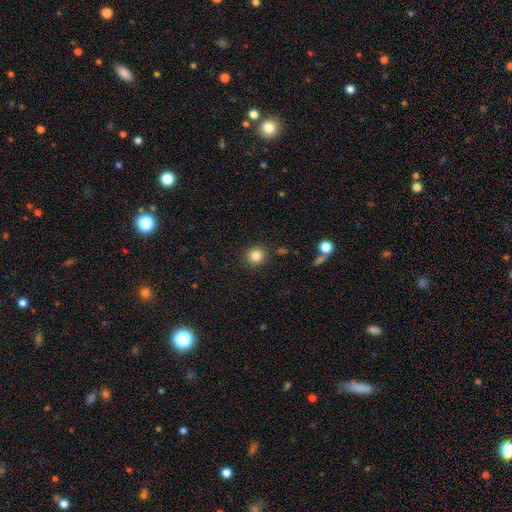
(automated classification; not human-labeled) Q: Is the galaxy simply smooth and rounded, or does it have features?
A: smooth — 84%.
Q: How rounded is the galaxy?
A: round — 90%.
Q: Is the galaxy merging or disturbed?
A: none — 89%.